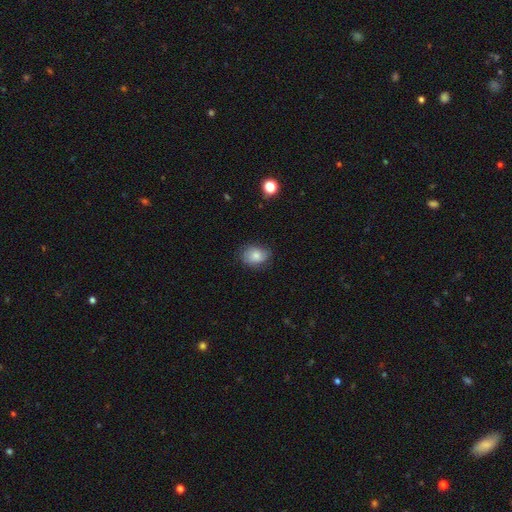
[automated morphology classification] A smooth galaxy with no disk features (78%) that is in between round and cigar-shaped (63%).

Vote fractions:
- Smooth or featured? smooth: 78% / featured or disk: 13% / star or artifact: 8%
- How rounded? in between: 63% / round: 36% / cigar-shaped: 1%
- Merging? none: 75% / minor disturbance: 20% / major disturbance: 4% / merger: 1%